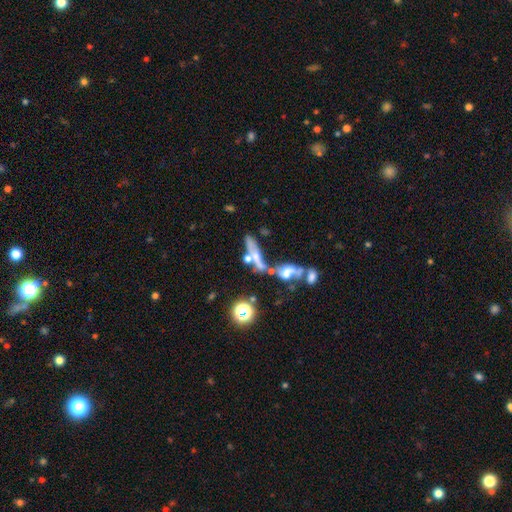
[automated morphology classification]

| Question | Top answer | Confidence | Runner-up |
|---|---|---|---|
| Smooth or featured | featured or disk | 43% | smooth (40%) |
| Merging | merger | 52% | none (24%) |